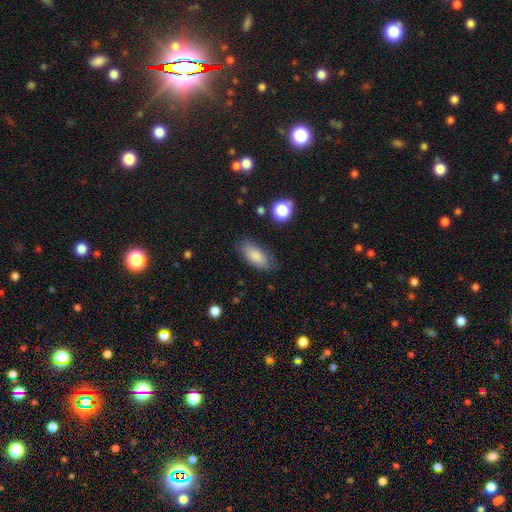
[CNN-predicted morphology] Smooth or featured? Predicted: smooth (p=0.85). How rounded? Predicted: in between (p=0.87). Merging? Predicted: none (p=0.79).